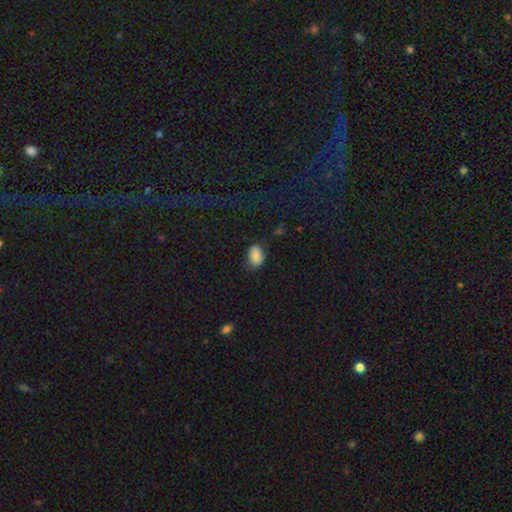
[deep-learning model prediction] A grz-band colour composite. It shows a smooth galaxy with no disk features (84%) that is in between round and cigar-shaped (86%). Merging: none (62%).